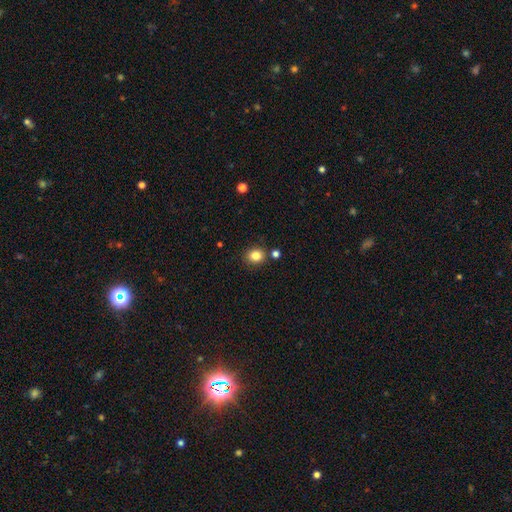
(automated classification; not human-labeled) Smooth or featured? smooth (83%)
How rounded? round (72%)
Merging? none (83%)